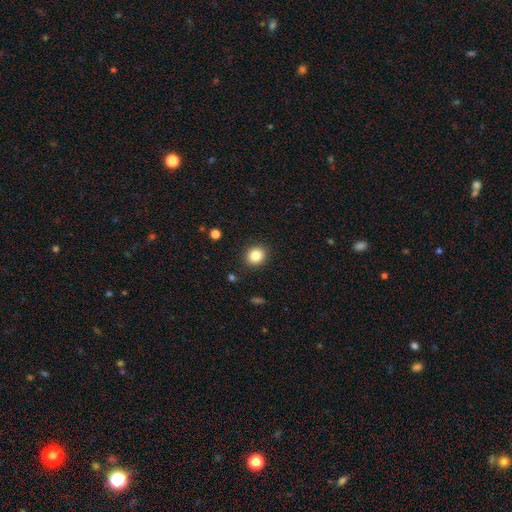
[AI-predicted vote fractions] A smooth galaxy with no disk features (84%) that is round (73%). Merging: none (90%).